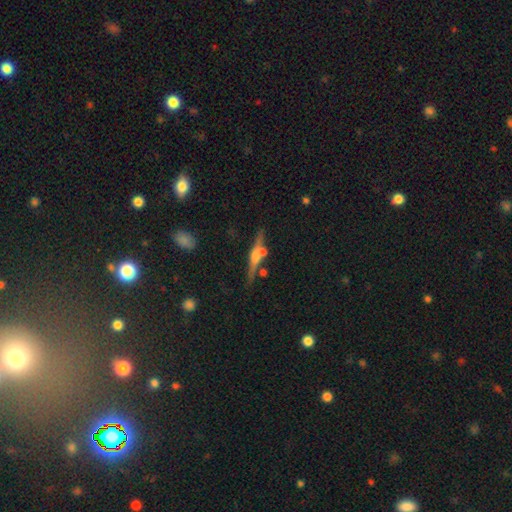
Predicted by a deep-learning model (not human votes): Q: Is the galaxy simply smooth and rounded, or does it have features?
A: featured or disk — 67%.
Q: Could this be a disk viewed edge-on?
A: yes — 95%.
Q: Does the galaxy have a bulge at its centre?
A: rounded — 78%.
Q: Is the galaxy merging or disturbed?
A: none — 72%.